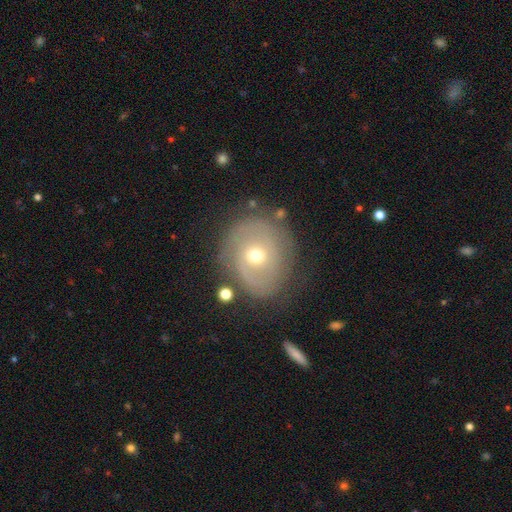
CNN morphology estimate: featured or disk 61%, smooth 29%, star or artifact 9%. Down the decision tree: edge-on disk — no (96%); bar — no (71%); spiral arms — yes (68%); bulge size — moderate (49%); merging — none (71%).